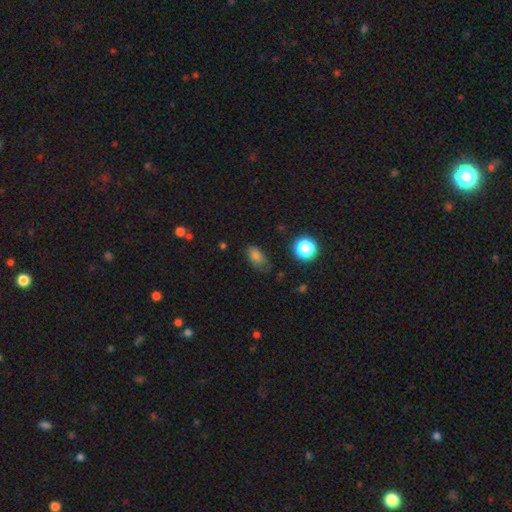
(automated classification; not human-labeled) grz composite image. It shows a smooth galaxy with no disk features (79%) that is in between round and cigar-shaped (85%). Merging: none (57%).